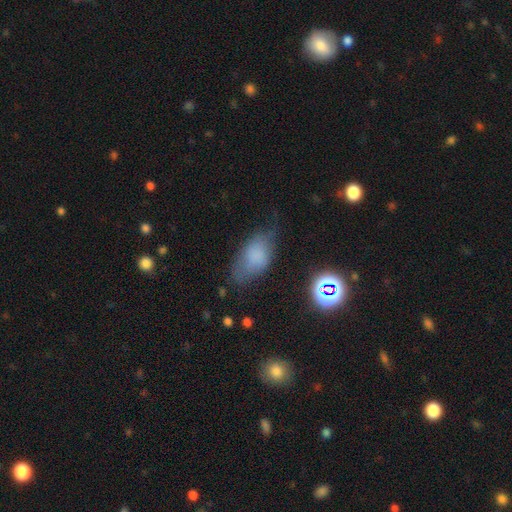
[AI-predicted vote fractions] smooth_or_featured: smooth (p=0.72) [alt: featured or disk p=0.15]
how_rounded: in between (p=0.90) [alt: round p=0.07]
merging: none (p=0.56) [alt: minor disturbance p=0.29]